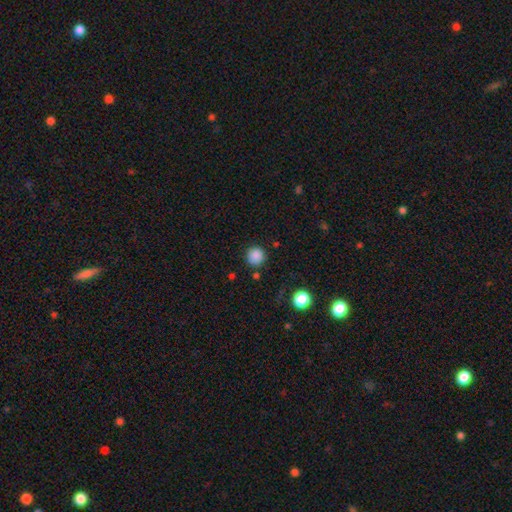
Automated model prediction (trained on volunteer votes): smooth 86%, star or artifact 10%, featured or disk 3%. Down the decision tree: how rounded — round (94%); merging — none (86%).